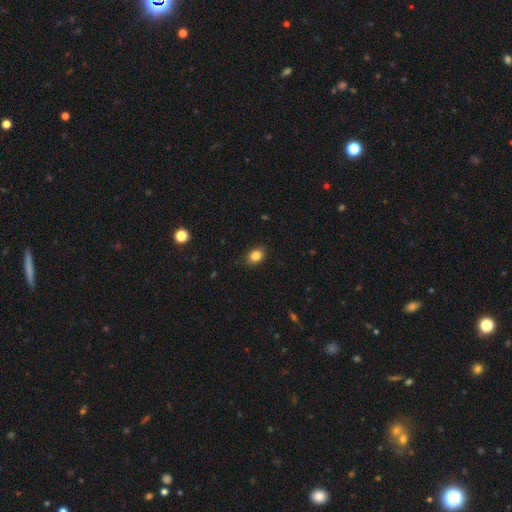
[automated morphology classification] type=smooth (85%); roundness=in between (63%); merging=none (85%).